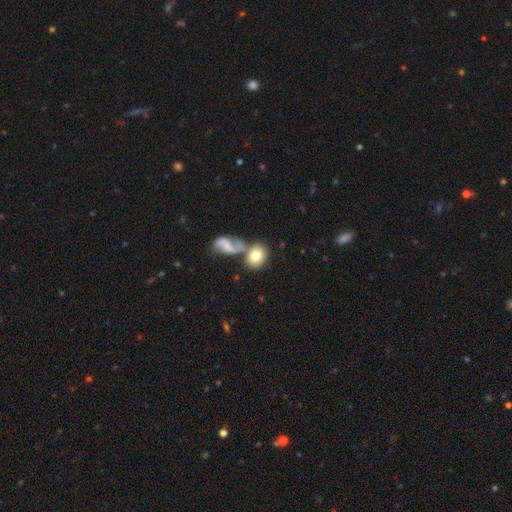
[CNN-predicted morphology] type=smooth (74%); roundness=in between (53%); merging=none (44%).